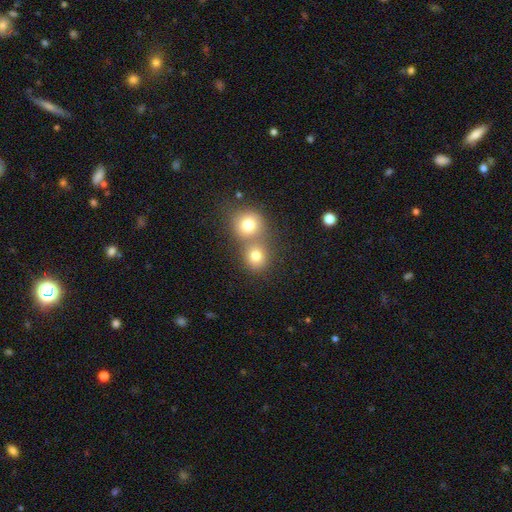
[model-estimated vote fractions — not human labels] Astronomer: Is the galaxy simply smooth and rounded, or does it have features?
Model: smooth — 78%.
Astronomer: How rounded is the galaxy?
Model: round — 84%.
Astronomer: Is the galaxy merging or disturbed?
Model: none — 46% (runner-up: merger, 45%).